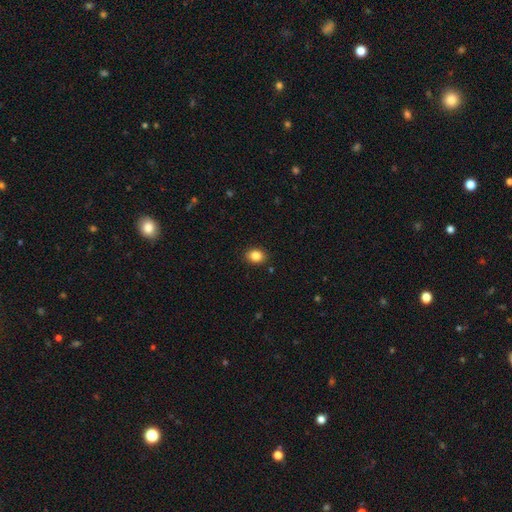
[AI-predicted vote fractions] Smooth or featured?
  - smooth: 86% *
  - star or artifact: 9%
  - featured or disk: 5%
How rounded?
  - in between: 59% *
  - round: 40%
  - cigar-shaped: 1%
Merging?
  - none: 89% *
  - minor disturbance: 7%
  - major disturbance: 2%
  - merger: 1%